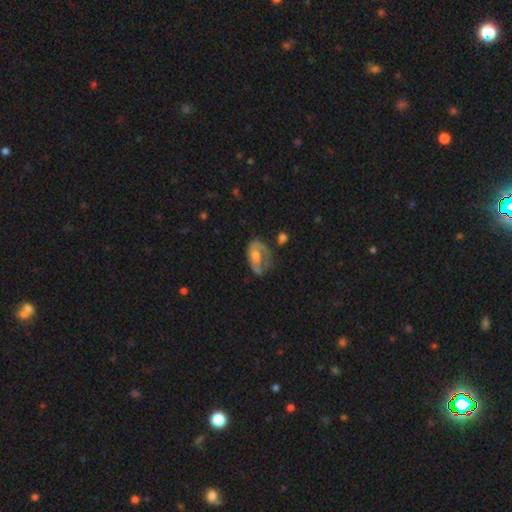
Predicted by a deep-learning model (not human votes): Smooth or featured: featured or disk — 55% (smooth — 35%)
Edge-on disk: no — 96% (yes — 4%)
Bar: no — 76% (weak — 20%)
Spiral arms: no — 52% (yes — 48%)
Bulge size: moderate — 46% (small — 32%)
Merging: major disturbance — 37% (none — 33%)